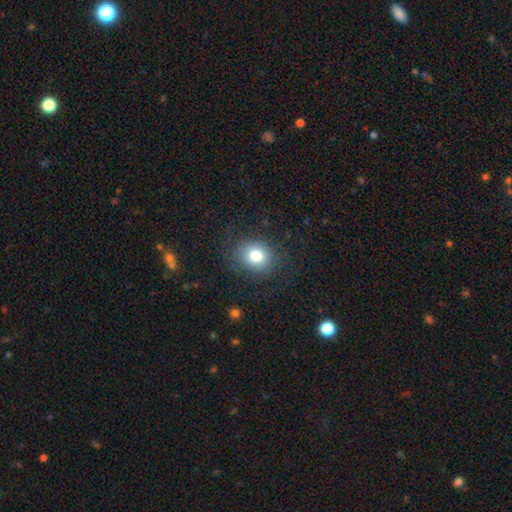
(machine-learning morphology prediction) Q: Smooth or featured?
A: smooth (77%); runner-up: featured or disk (12%)
Q: How rounded?
A: round (66%); runner-up: in between (33%)
Q: Merging?
A: none (78%); runner-up: minor disturbance (13%)